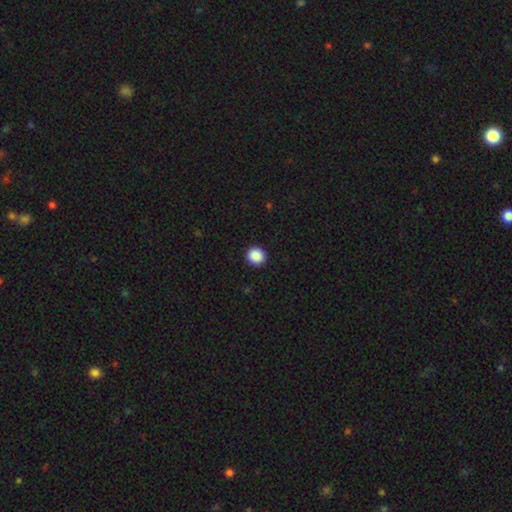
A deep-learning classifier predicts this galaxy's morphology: smooth_or_featured: smooth (p=0.89) [alt: star or artifact p=0.09]
how_rounded: round (p=0.91) [alt: in between p=0.08]
merging: none (p=0.92) [alt: minor disturbance p=0.05]